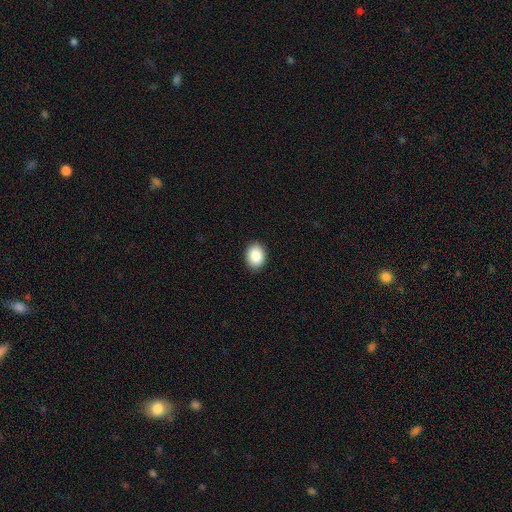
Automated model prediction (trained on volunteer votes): Smooth or featured? Predicted: smooth (p=0.88). How rounded? Predicted: in between (p=0.58). Merging? Predicted: none (p=0.91).